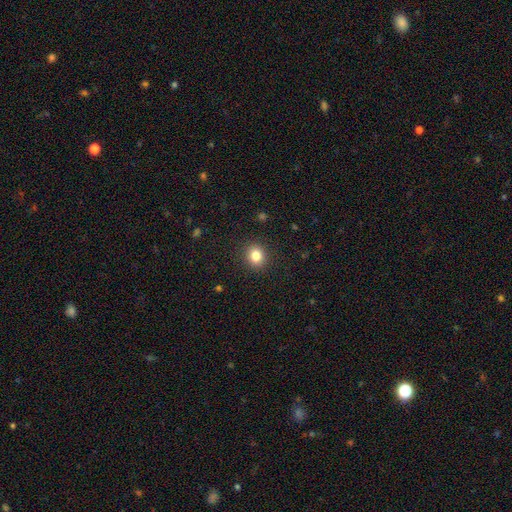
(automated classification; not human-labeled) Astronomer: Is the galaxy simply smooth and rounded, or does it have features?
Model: smooth — 83%.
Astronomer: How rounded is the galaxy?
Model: round — 80%.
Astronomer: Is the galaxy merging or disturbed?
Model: none — 91%.